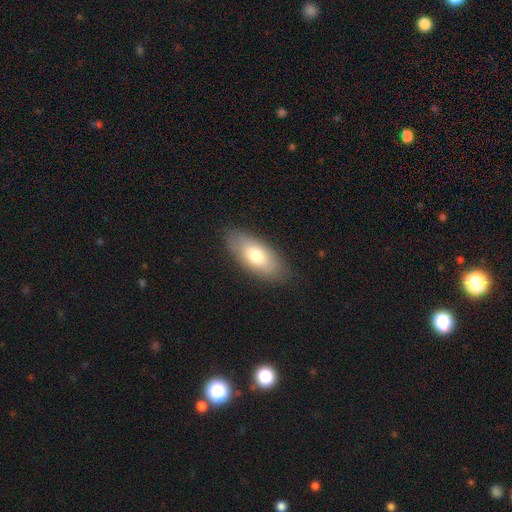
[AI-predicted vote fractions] Q: Smooth or featured?
A: smooth (71%); runner-up: featured or disk (22%)
Q: How rounded?
A: in between (87%); runner-up: cigar-shaped (10%)
Q: Merging?
A: none (84%); runner-up: minor disturbance (11%)